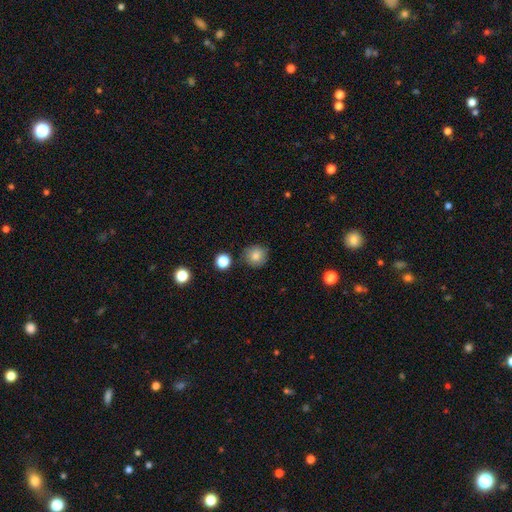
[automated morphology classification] The model was most divided on "merging": none: 84%, minor disturbance: 11%, merger: 3%, major disturbance: 3%. More confident: how rounded — round (91%); smooth or featured — smooth (84%).